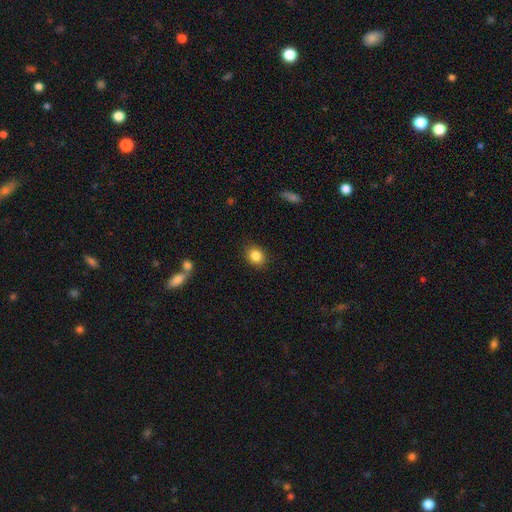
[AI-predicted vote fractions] smooth-or-featured: smooth: 85% | star or artifact: 10% | featured or disk: 5%
  how-rounded: round: 55% | in between: 44% | cigar-shaped: 1%
  merging: none: 88% | minor disturbance: 8% | major disturbance: 2% | merger: 1%